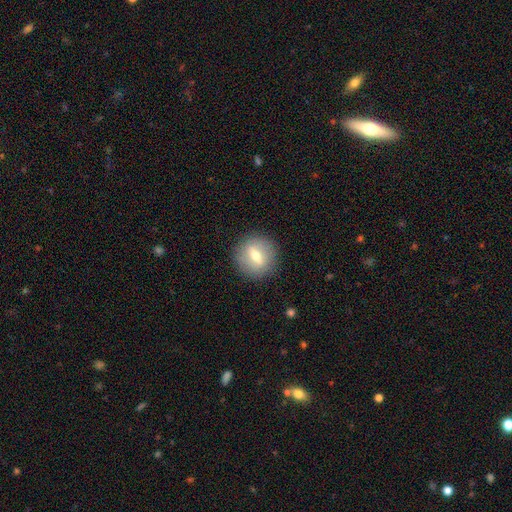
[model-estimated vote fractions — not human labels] smooth-or-featured: smooth: 47% | featured or disk: 45% | star or artifact: 8%
  merging: none: 87% | minor disturbance: 8% | major disturbance: 3% | merger: 1%